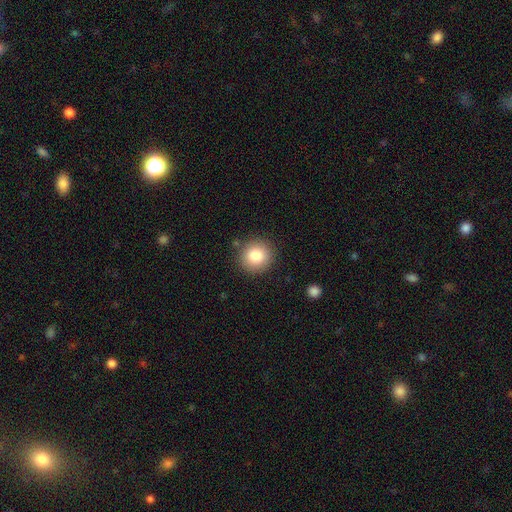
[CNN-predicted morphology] Q: Smooth or featured?
A: smooth (82%); runner-up: star or artifact (10%)
Q: How rounded?
A: round (92%); runner-up: in between (7%)
Q: Merging?
A: none (88%); runner-up: minor disturbance (8%)